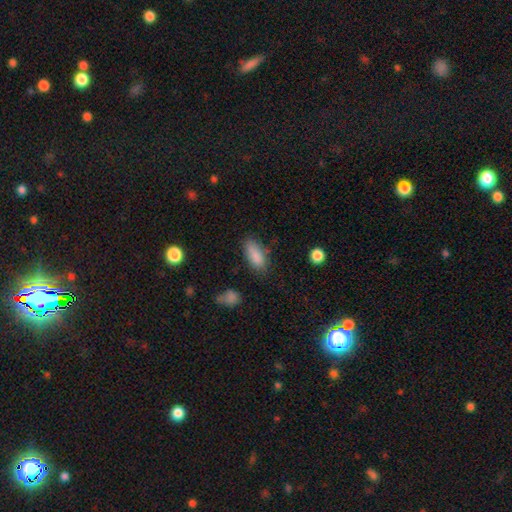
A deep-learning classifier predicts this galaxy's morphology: This is clearly a smooth galaxy (86%). How rounded: clearly in between (81%). Merging: likely none (71%).